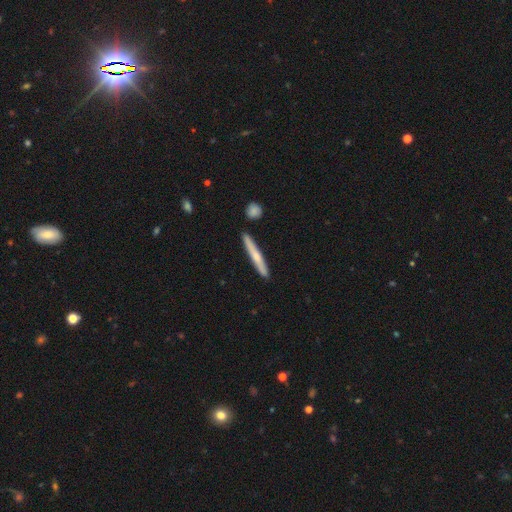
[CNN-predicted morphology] This appears to be a smooth galaxy with no disk features (53%) that is cigar-shaped (96%). Merging: none (88%).